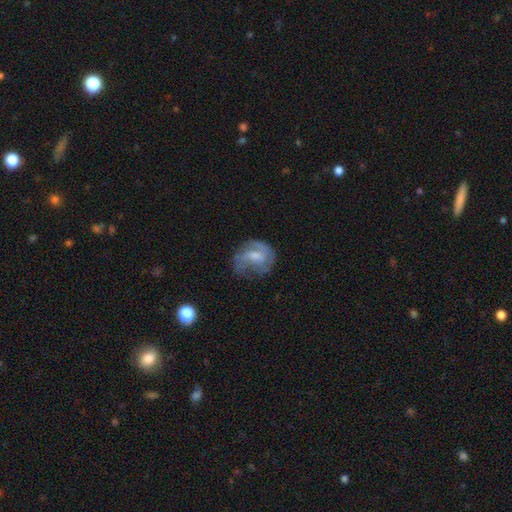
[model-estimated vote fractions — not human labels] featured or disk 58%, smooth 34%, star or artifact 8%. Down the decision tree: edge-on disk — no (97%); bar — weak (46%); spiral arms — yes (68%); bulge size — moderate (41%); merging — none (45%).